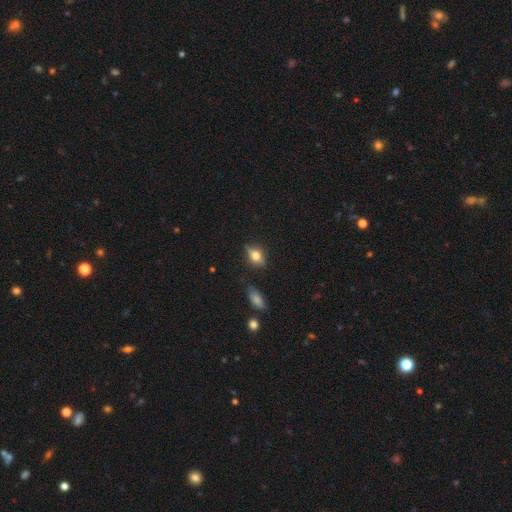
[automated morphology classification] smooth_or_featured: smooth (p=0.55) [alt: featured or disk p=0.34]
how_rounded: in between (p=0.68) [alt: round p=0.21]
merging: none (p=0.76) [alt: minor disturbance p=0.17]